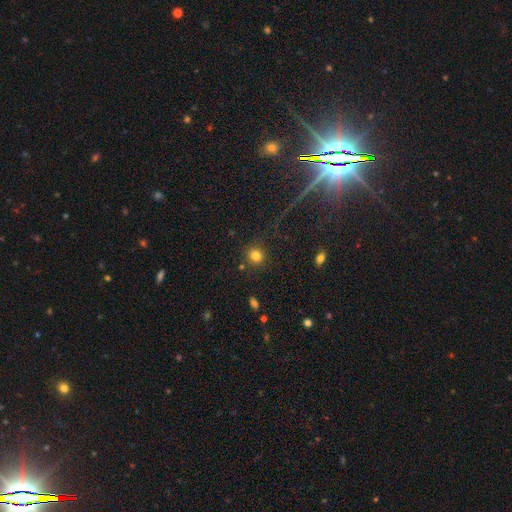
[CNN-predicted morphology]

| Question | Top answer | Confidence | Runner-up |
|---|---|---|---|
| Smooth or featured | smooth | 80% | star or artifact (14%) |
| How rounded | round | 87% | in between (12%) |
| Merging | none | 84% | minor disturbance (9%) |